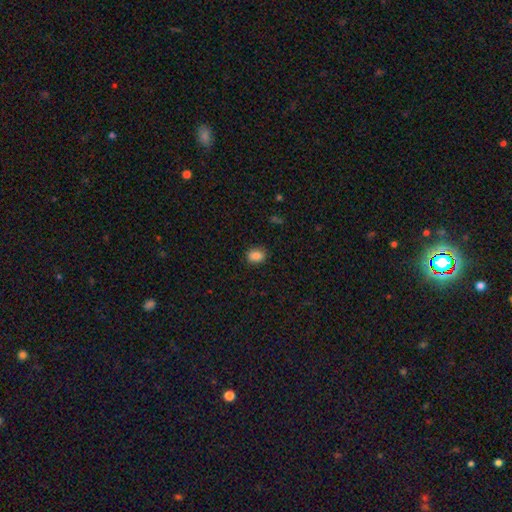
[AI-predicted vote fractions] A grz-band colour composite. It shows a smooth galaxy with no disk features (87%) that is in between round and cigar-shaped (68%). Merging: none (86%).